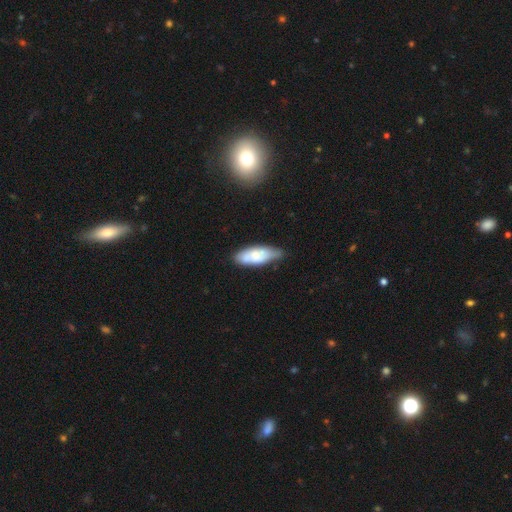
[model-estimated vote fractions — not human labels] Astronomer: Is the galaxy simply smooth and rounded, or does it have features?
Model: smooth — 59% (runner-up: featured or disk, 35%).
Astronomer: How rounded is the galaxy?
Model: in between — 71%.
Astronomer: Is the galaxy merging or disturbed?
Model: none — 55% (runner-up: minor disturbance, 34%).